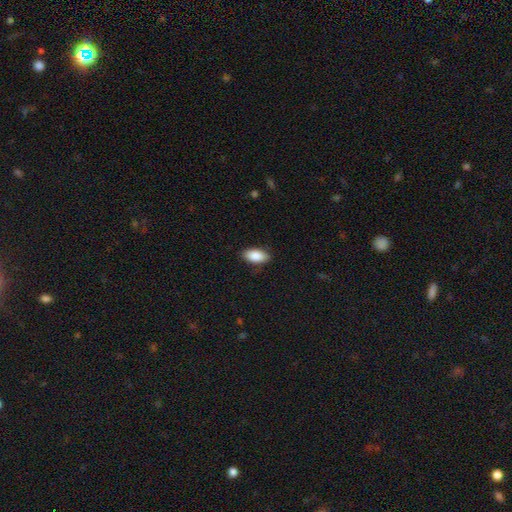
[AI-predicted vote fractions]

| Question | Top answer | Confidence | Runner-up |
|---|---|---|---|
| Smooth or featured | smooth | 88% | star or artifact (6%) |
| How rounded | in between | 93% | cigar-shaped (4%) |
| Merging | none | 87% | minor disturbance (10%) |